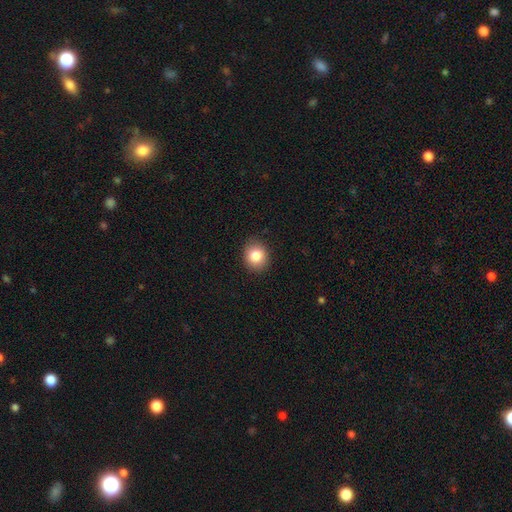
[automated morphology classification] A smooth galaxy with no disk features (85%) that is round (70%).

Vote fractions:
- Smooth or featured? smooth: 85% / star or artifact: 9% / featured or disk: 6%
- How rounded? round: 70% / in between: 29% / cigar-shaped: 1%
- Merging? none: 89% / minor disturbance: 8% / major disturbance: 2% / merger: 1%